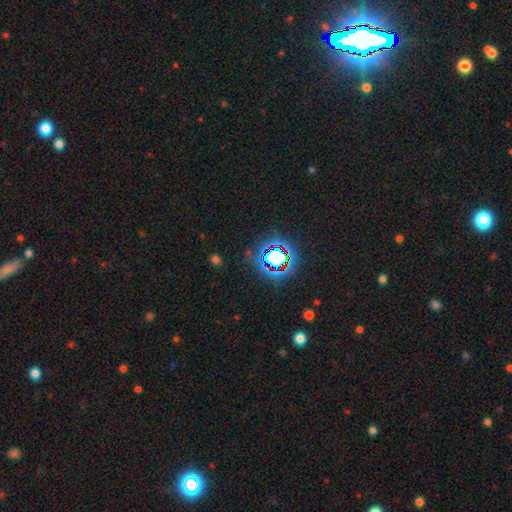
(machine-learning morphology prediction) smooth_or_featured: star or artifact (p=0.81) [alt: smooth p=0.12]